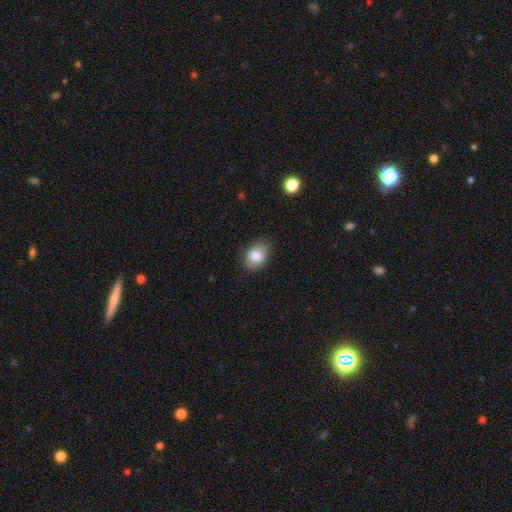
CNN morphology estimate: Overall: smooth (83%). How rounded: in between (79%). Merging: none (74%).